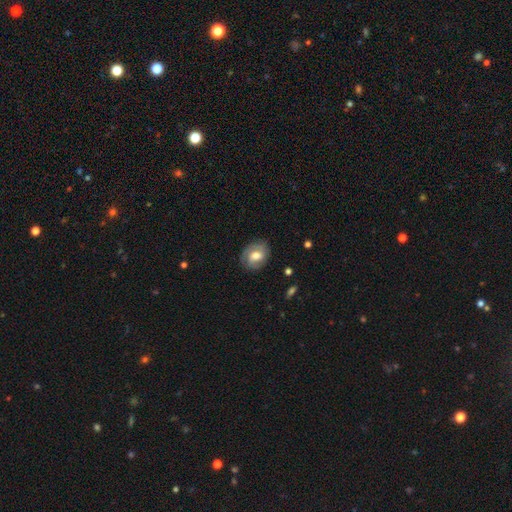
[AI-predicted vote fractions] The model was most divided on "smooth or featured": featured or disk: 47%, smooth: 45%, star or artifact: 7%. More confident: merging — none (77%).